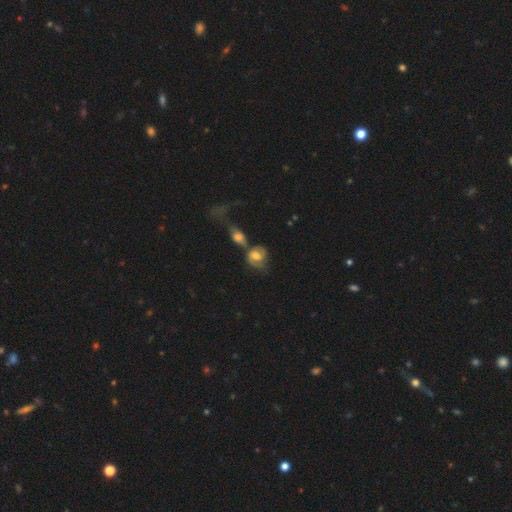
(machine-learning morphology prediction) Overall: featured or disk (55%; smooth 37%). Edge-on disk: no (96%). Bar: no (57%; weak 35%). Spiral arms: yes (80%). Bulge size: moderate (66%). Merging: merger (41%; none 30%).